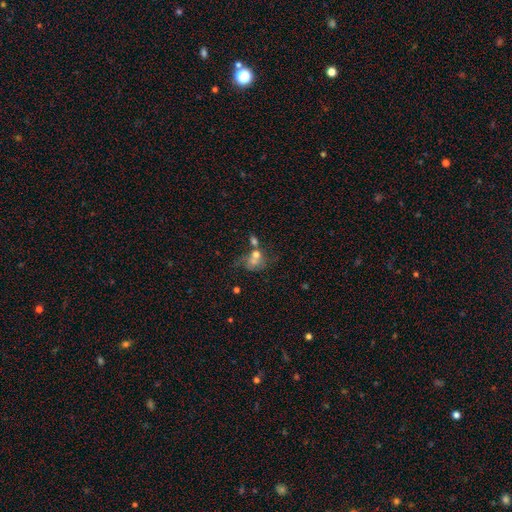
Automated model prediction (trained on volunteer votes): Morphology: type=smooth (51%); roundness=in between (53%); merging=merger (46%).